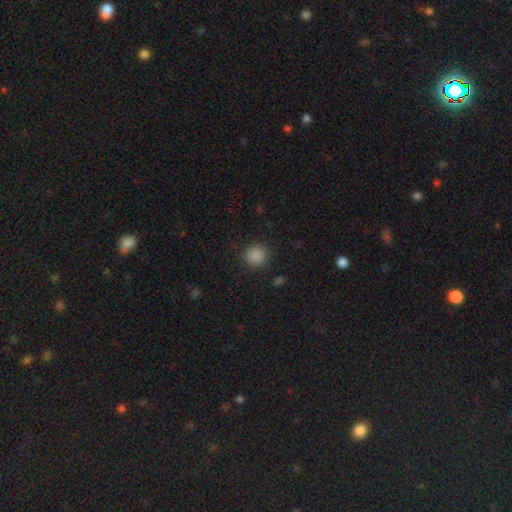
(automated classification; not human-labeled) A smooth galaxy with no disk features (87%) that is round (92%).

Vote fractions:
- Smooth or featured? smooth: 87% / star or artifact: 10% / featured or disk: 3%
- How rounded? round: 92% / in between: 7% / cigar-shaped: 1%
- Merging? none: 88% / minor disturbance: 8% / major disturbance: 3% / merger: 1%